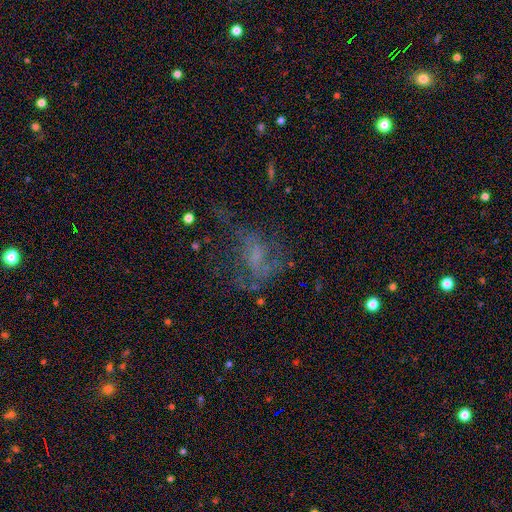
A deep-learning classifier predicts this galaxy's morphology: A featured or disk galaxy (51%).

Vote fractions:
- Smooth or featured? featured or disk: 51% / smooth: 27% / star or artifact: 22%
- Edge-on disk? no: 96% / yes: 4%
- Merging? major disturbance: 42% / none: 36% / minor disturbance: 17% / merger: 4%